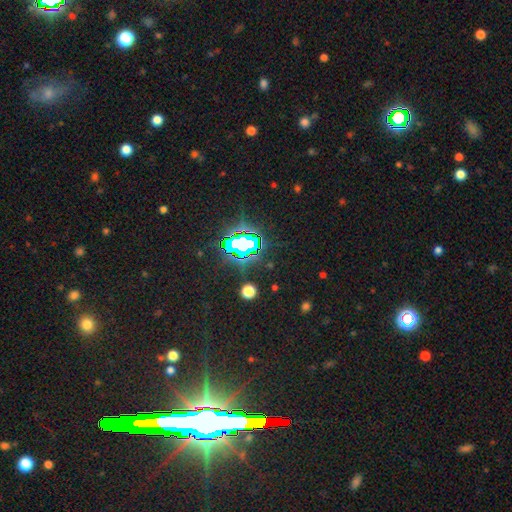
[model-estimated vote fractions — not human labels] star or artifact 84%, featured or disk 8%, smooth 8%.